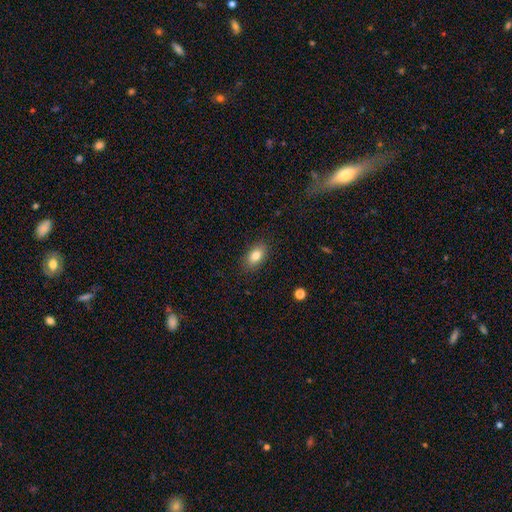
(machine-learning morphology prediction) Smooth or featured: smooth — 82% (featured or disk — 10%)
How rounded: in between — 89% (round — 8%)
Merging: none — 86% (minor disturbance — 10%)